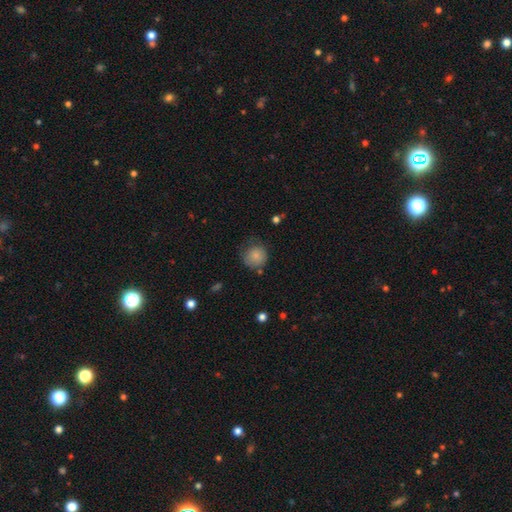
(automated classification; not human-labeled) A smooth galaxy with no disk features (82%) that is round (90%).

Vote fractions:
- Smooth or featured? smooth: 82% / featured or disk: 9% / star or artifact: 9%
- How rounded? round: 90% / in between: 9% / cigar-shaped: 1%
- Merging? none: 64% / minor disturbance: 25% / major disturbance: 8% / merger: 3%